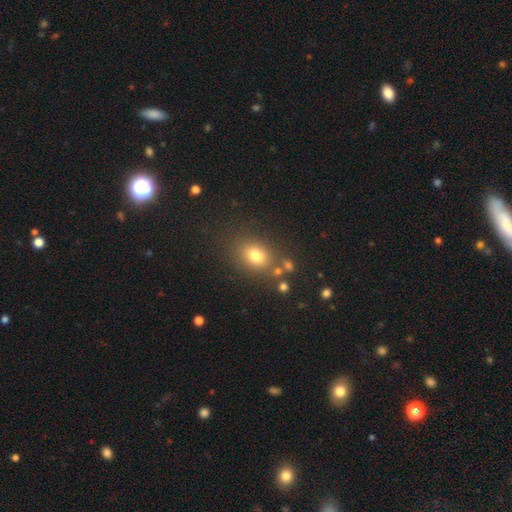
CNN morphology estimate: smooth-or-featured: smooth: 76% | star or artifact: 14% | featured or disk: 10%
  how-rounded: in between: 50% | round: 48% | cigar-shaped: 1%
  merging: none: 74% | minor disturbance: 13% | merger: 7% | major disturbance: 6%